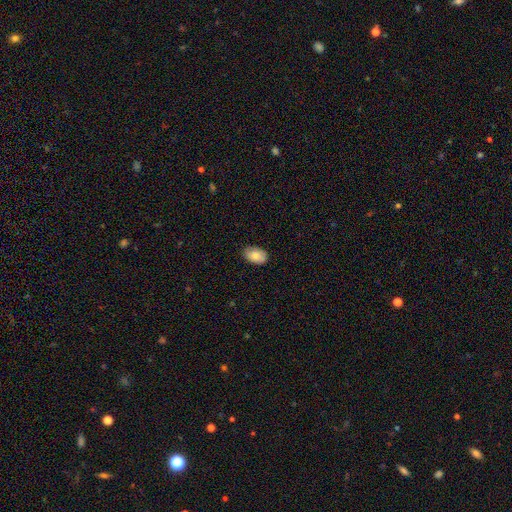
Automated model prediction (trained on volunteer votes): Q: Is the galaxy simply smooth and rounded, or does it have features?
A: smooth — 82%.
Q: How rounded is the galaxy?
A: in between — 90%.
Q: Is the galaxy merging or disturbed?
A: none — 84%.